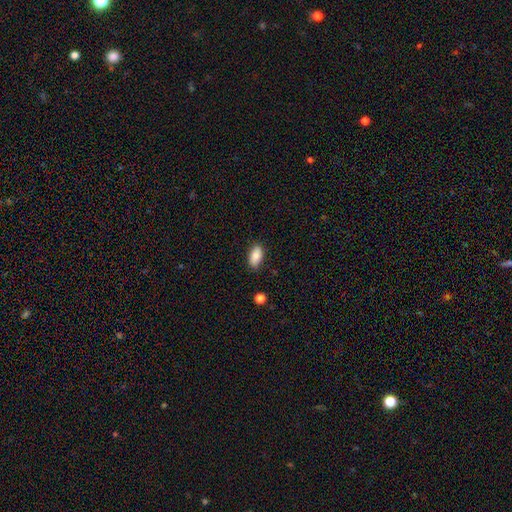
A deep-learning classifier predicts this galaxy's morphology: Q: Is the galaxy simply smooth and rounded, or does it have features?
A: smooth — 87%.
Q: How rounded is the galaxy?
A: in between — 92%.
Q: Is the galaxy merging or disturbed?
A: none — 85%.